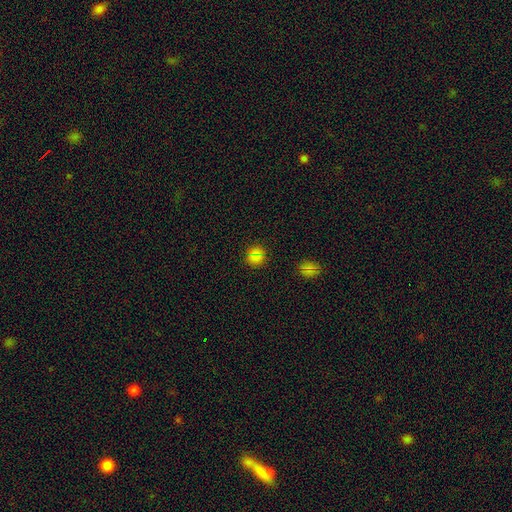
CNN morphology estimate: smooth 77%, star or artifact 17%, featured or disk 6%. Down the decision tree: how rounded — round (91%); merging — none (87%).